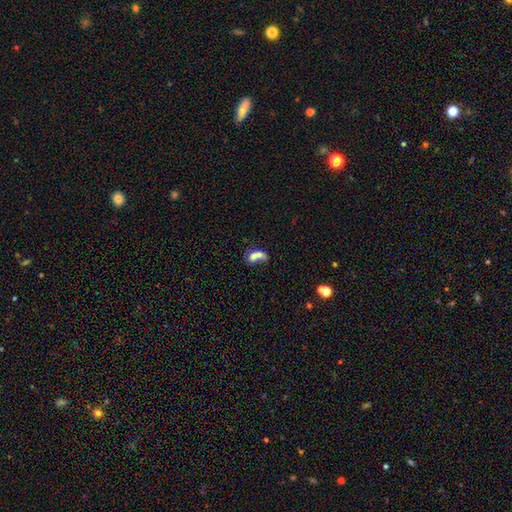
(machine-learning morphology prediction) smooth_or_featured: smooth (p=0.64) [alt: featured or disk p=0.26]
how_rounded: in between (p=0.68) [alt: round p=0.27]
merging: merger (p=0.68) [alt: none p=0.15]